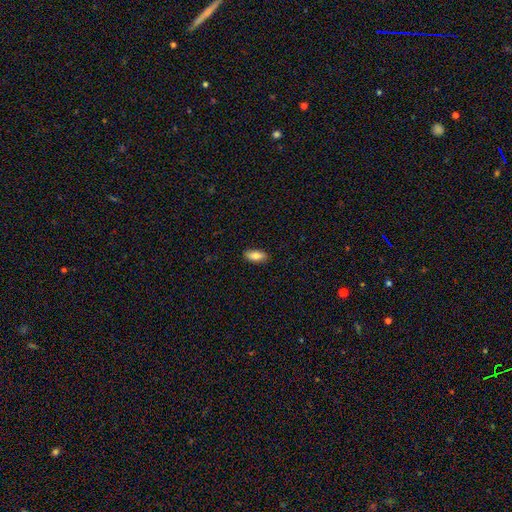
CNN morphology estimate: Smooth or featured? smooth (81%)
How rounded? in between (87%)
Merging? none (89%)